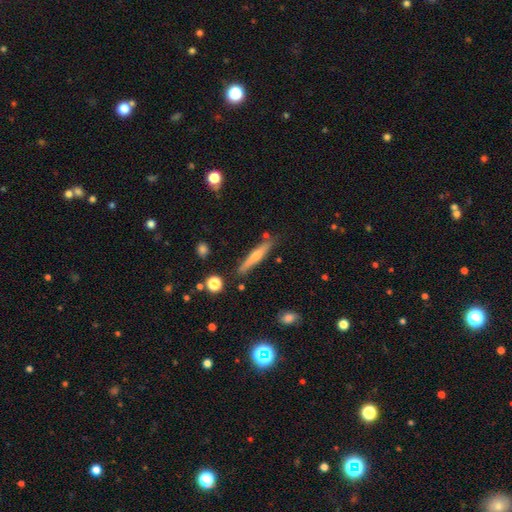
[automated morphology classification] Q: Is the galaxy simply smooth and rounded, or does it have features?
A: featured or disk — 56%.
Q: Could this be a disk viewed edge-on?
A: yes — 94%.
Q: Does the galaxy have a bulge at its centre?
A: rounded — 77%.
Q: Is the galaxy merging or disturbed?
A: none — 82%.